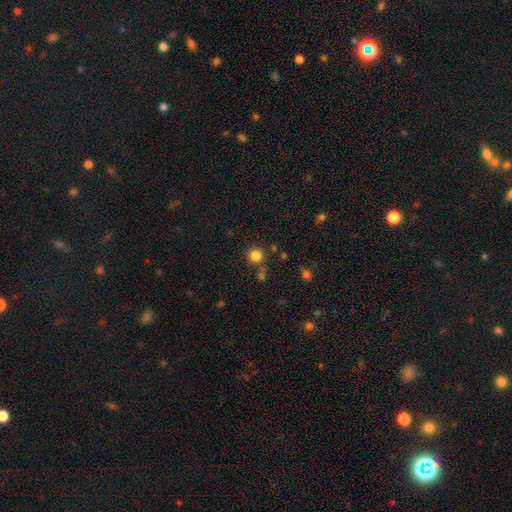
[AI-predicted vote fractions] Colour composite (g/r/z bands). It shows a smooth galaxy with no disk features (83%) that is round (92%). Merging: none (77%).